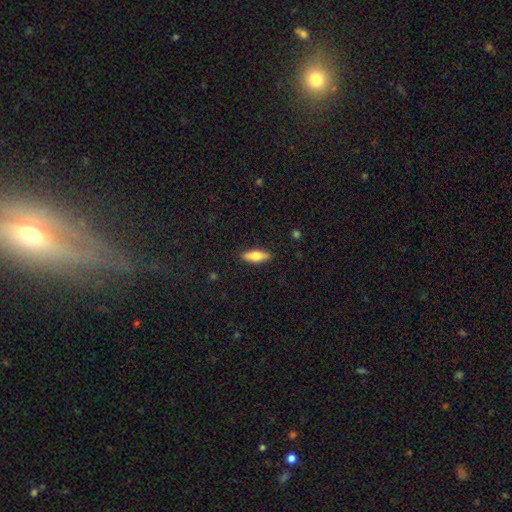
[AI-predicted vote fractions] smooth-or-featured: smooth: 71% | featured or disk: 23% | star or artifact: 6%
  how-rounded: in between: 55% | cigar-shaped: 43% | round: 2%
  merging: none: 89% | minor disturbance: 8% | major disturbance: 2% | merger: 1%